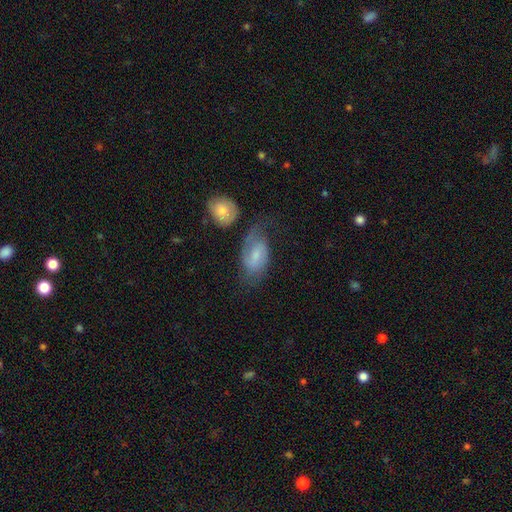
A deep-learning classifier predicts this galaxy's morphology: Overall: featured or disk (56%; smooth 37%). Edge-on disk: no (95%). Bar: weak (54%; no 30%). Spiral arms: yes (84%). Bulge size: small (50%; moderate 35%). Merging: none (45%; minor disturbance 24%).